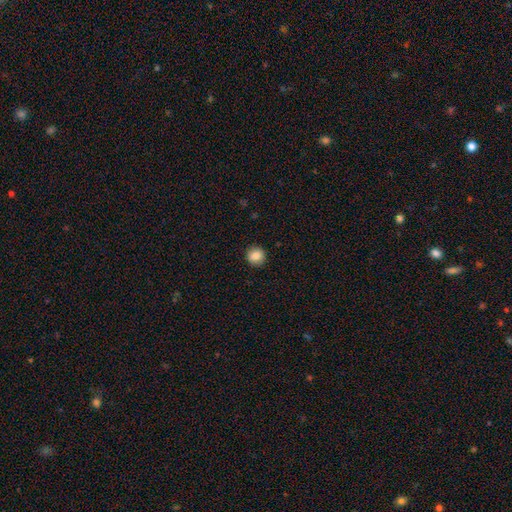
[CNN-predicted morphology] The model was most divided on "smooth or featured": smooth: 86%, star or artifact: 9%, featured or disk: 5%. More confident: how rounded — round (92%); merging — none (91%).